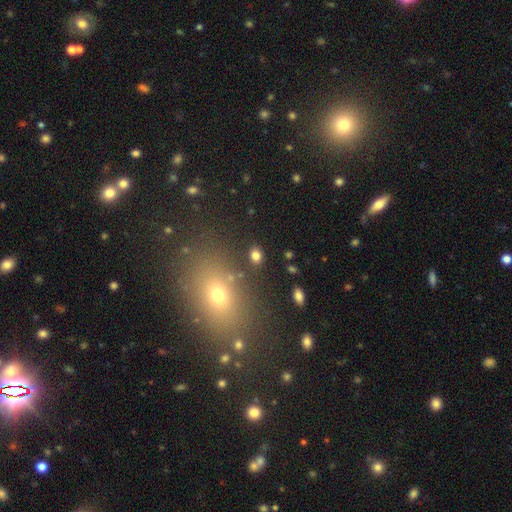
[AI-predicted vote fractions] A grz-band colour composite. It shows a smooth galaxy with no disk features (81%) that is in between round and cigar-shaped (57%). Merging: none (85%).